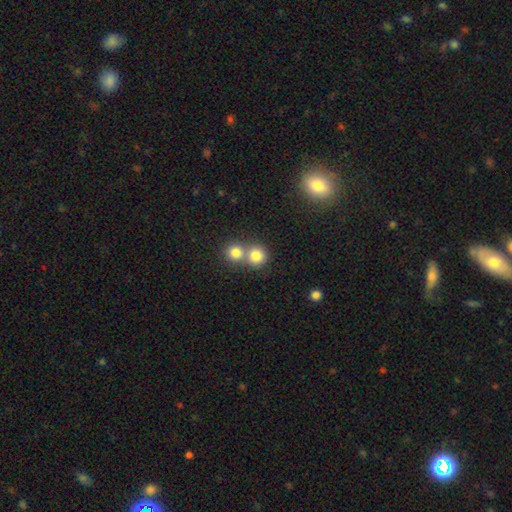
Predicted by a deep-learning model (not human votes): Smooth or featured? smooth (81%)
How rounded? round (89%)
Merging? merger (47%)